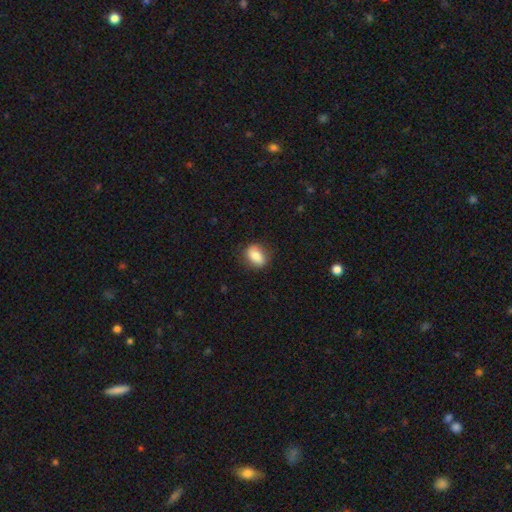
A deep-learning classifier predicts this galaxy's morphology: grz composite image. It shows a smooth galaxy with no disk features (78%) that is in between round and cigar-shaped (74%). Merging: none (78%).